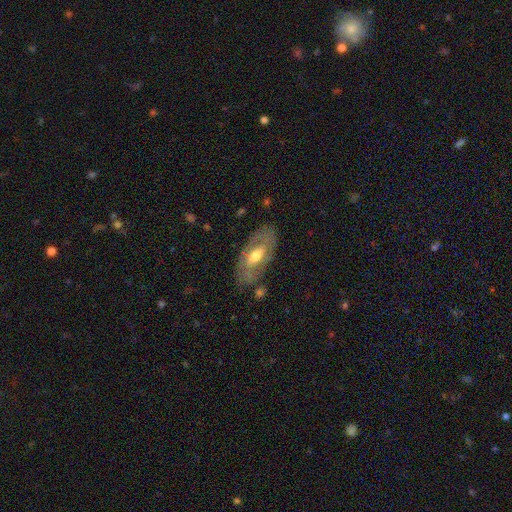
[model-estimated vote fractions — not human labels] smooth_or_featured: featured or disk (p=0.59) [alt: smooth p=0.35]
disk_edge_on: no (p=0.84) [alt: yes p=0.16]
bar: no (p=0.46) [alt: weak p=0.36]
has_spiral_arms: no (p=0.52) [alt: yes p=0.48]
bulge_size: moderate (p=0.69) [alt: small p=0.18]
merging: none (p=0.74) [alt: minor disturbance p=0.17]